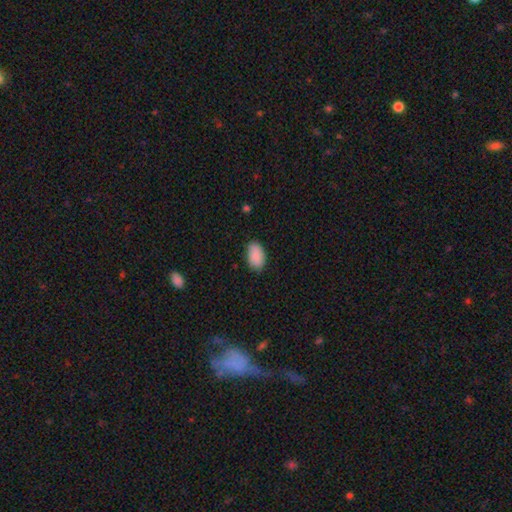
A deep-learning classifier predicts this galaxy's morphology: The model was most divided on "merging": none: 85%, minor disturbance: 12%, major disturbance: 2%, merger: 1%. More confident: how rounded — in between (93%); smooth or featured — smooth (89%).